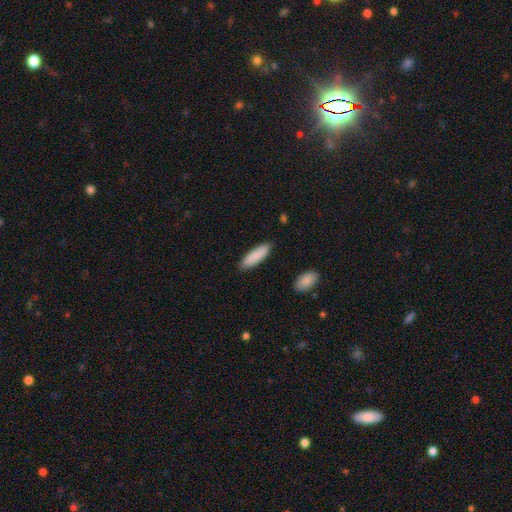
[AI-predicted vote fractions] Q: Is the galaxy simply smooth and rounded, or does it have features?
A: smooth — 88%.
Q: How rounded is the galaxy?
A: cigar-shaped — 51%.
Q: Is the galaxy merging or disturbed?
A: none — 88%.